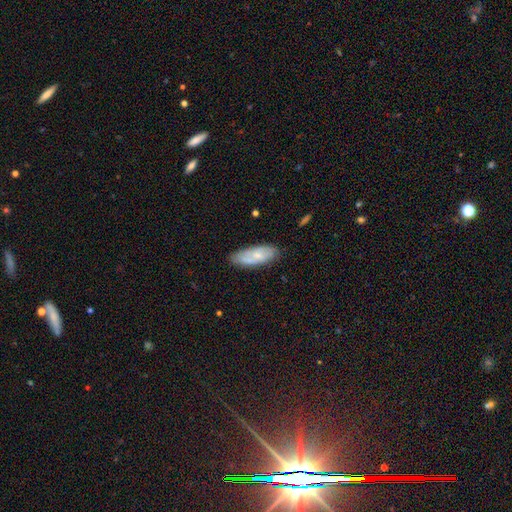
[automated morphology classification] type=smooth (56%); roundness=in between (73%); merging=none (74%).